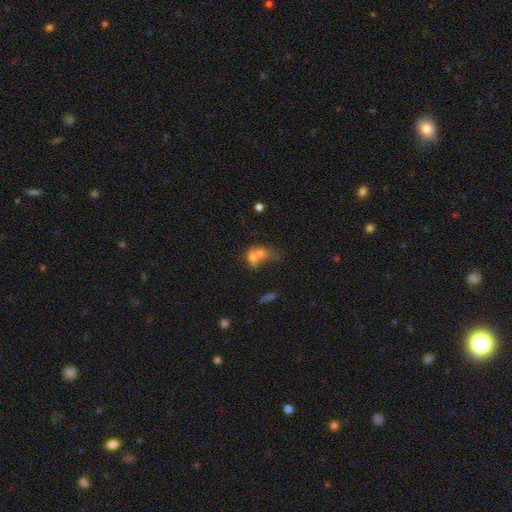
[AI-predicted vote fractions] smooth_or_featured: smooth (p=0.63) [alt: featured or disk p=0.23]
how_rounded: in between (p=0.64) [alt: round p=0.33]
merging: merger (p=0.65) [alt: none p=0.17]